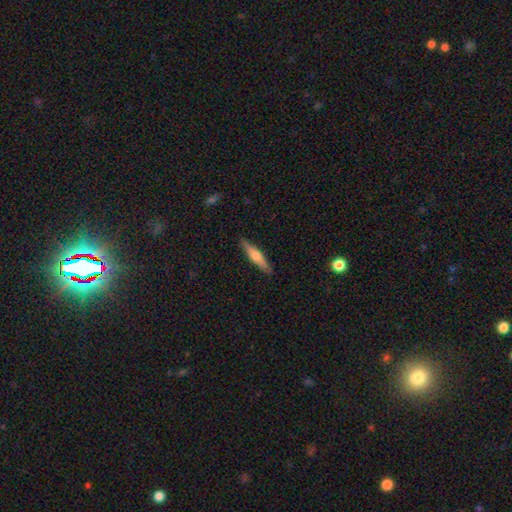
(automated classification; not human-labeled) smooth-or-featured: smooth: 53% | featured or disk: 41% | star or artifact: 6%
  how-rounded: cigar-shaped: 85% | in between: 13% | round: 2%
  merging: none: 89% | minor disturbance: 8% | major disturbance: 2% | merger: 1%